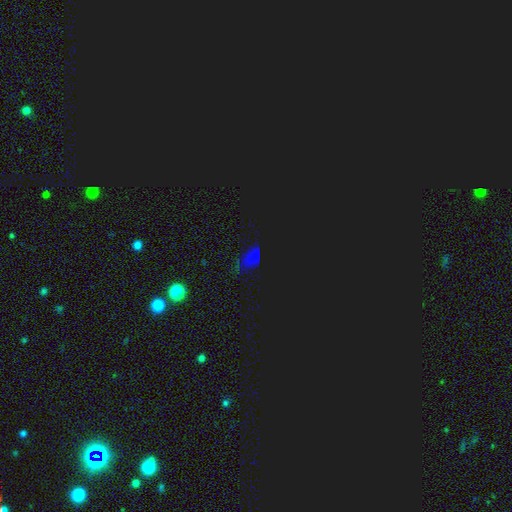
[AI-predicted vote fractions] The model was most divided on "smooth or featured": star or artifact: 66%, smooth: 26%, featured or disk: 8%.